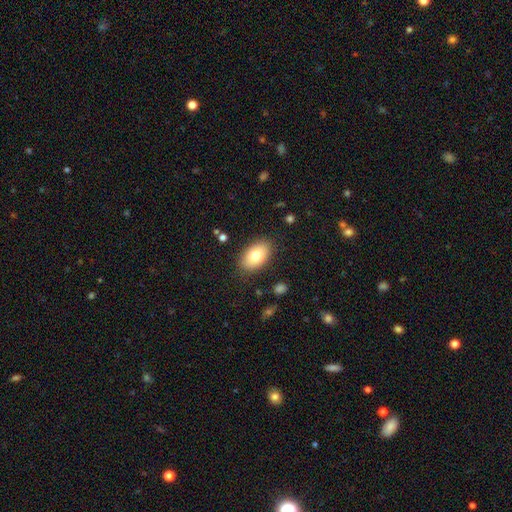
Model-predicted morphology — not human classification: Overall: smooth (78%). How rounded: in between (92%). Merging: none (86%).